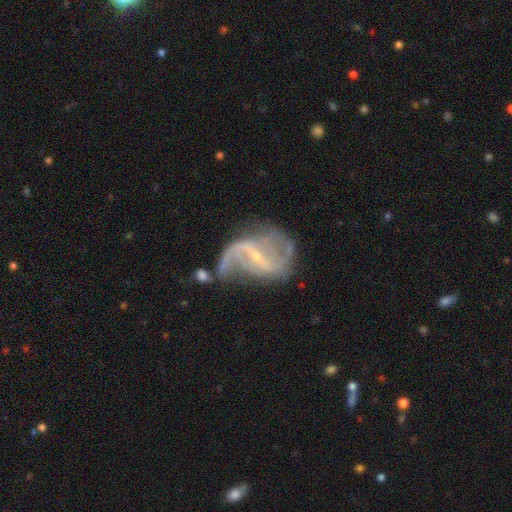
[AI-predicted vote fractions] Q: Smooth or featured?
A: featured or disk (88%); runner-up: star or artifact (7%)
Q: Edge-on disk?
A: no (97%); runner-up: yes (3%)
Q: Bar?
A: strong (47%); runner-up: weak (40%)
Q: Spiral arms?
A: yes (93%); runner-up: no (7%)
Q: Spiral winding?
A: loose (53%); runner-up: medium (35%)
Q: Spiral arm count?
A: 2 (75%); runner-up: can't tell (9%)
Q: Bulge size?
A: small (79%); runner-up: moderate (16%)
Q: Merging?
A: none (39%); runner-up: major disturbance (27%)